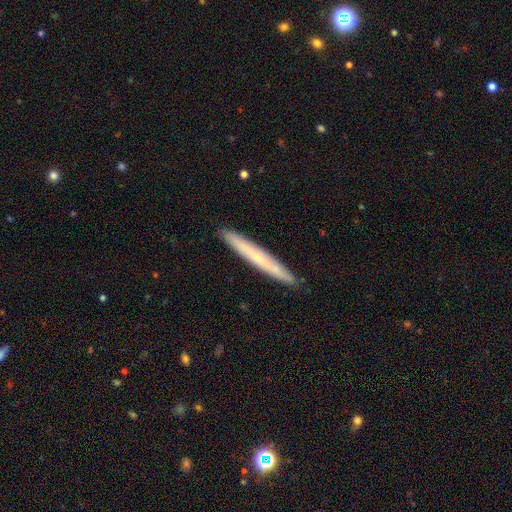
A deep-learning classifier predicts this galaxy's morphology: Q: Smooth or featured?
A: smooth (54%); runner-up: featured or disk (40%)
Q: How rounded?
A: cigar-shaped (97%); runner-up: in between (2%)
Q: Merging?
A: none (91%); runner-up: minor disturbance (6%)